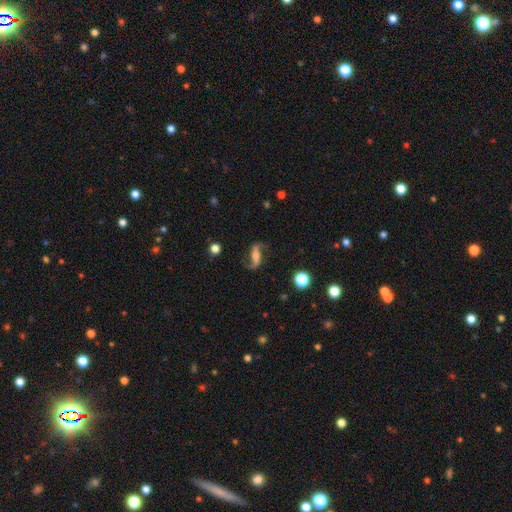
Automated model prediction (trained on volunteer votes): Overall: featured or disk (80%). Edge-on disk: no (92%). Bar: strong (36%; no 33%). Spiral arms: yes (95%). Spiral arm count: 2 (93%). Spiral winding: loose (80%). Bulge size: moderate (43%; small 36%). Merging: none (77%).